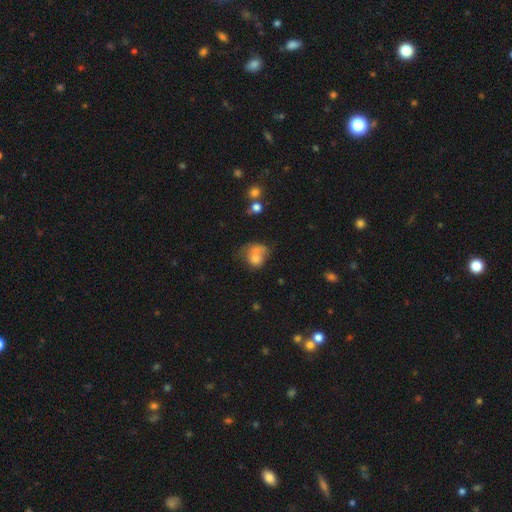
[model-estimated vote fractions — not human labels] smooth_or_featured: smooth (p=0.67) [alt: featured or disk p=0.22]
how_rounded: round (p=0.56) [alt: in between p=0.43]
merging: merger (p=0.45) [alt: none p=0.25]